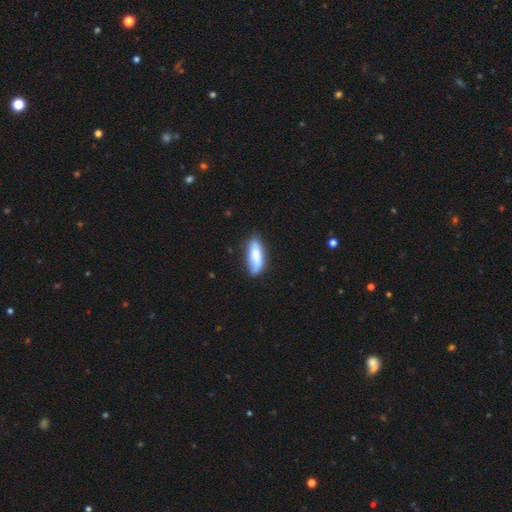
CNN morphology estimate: type=smooth (74%); roundness=in between (63%); merging=none (76%).